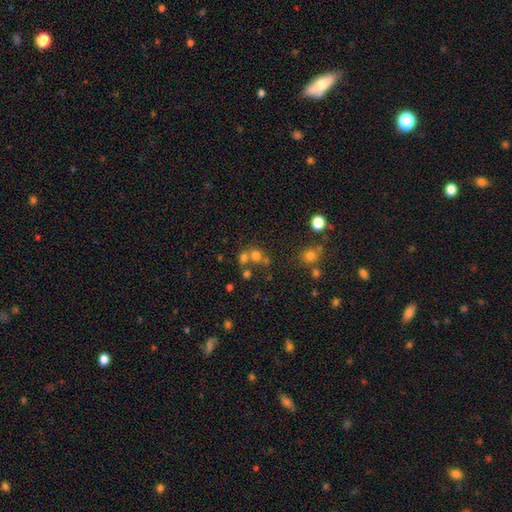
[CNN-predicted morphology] Smooth or featured? smooth (66%)
How rounded? round (76%)
Merging? none (47%)